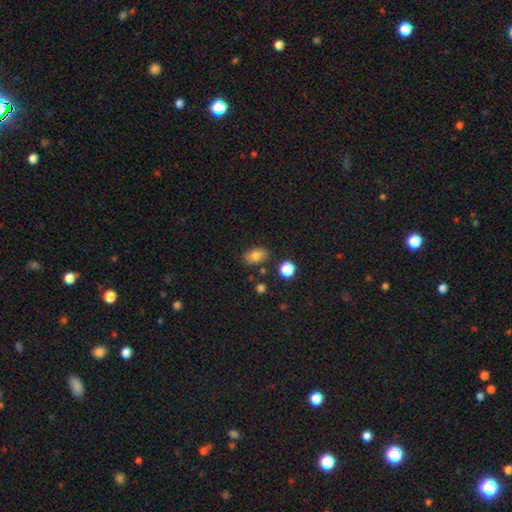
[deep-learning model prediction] smooth 79%, star or artifact 11%, featured or disk 11%. Down the decision tree: how rounded — in between (78%); merging — none (78%).